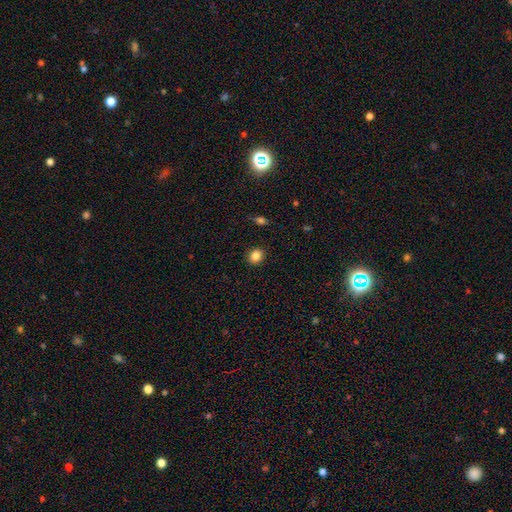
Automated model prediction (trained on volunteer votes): Smooth or featured? Predicted: smooth (p=0.86). How rounded? Predicted: round (p=0.71). Merging? Predicted: none (p=0.90).